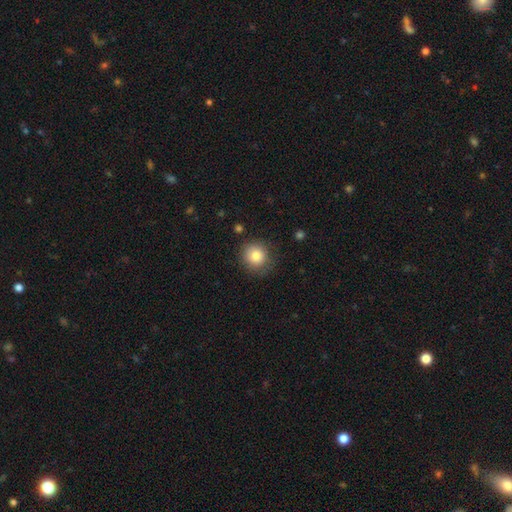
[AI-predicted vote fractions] smooth 84%, star or artifact 9%, featured or disk 7%. Down the decision tree: how rounded — round (90%); merging — none (80%).